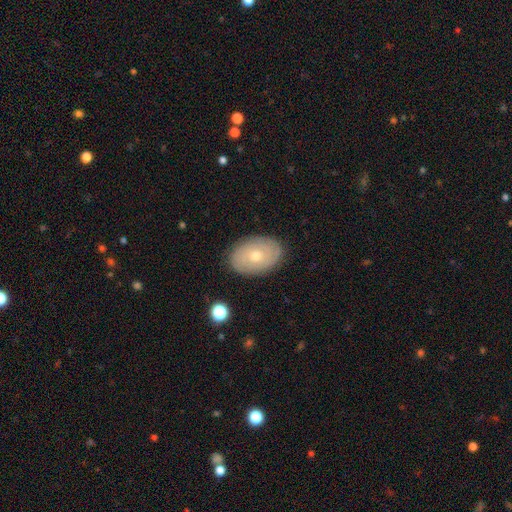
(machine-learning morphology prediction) Overall: featured or disk (52%; smooth 40%). Edge-on disk: no (94%). Merging: none (85%).